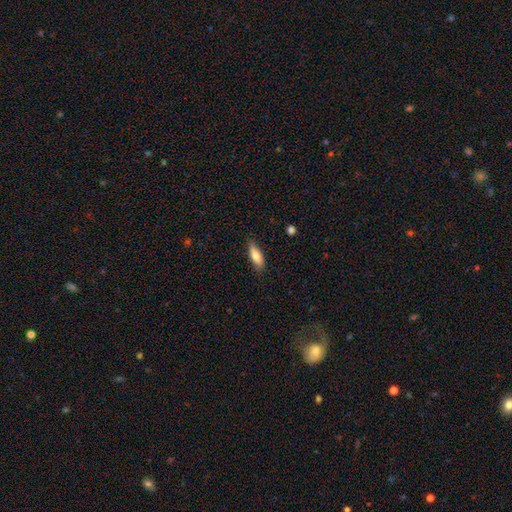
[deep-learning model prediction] Smooth or featured? Predicted: smooth (p=0.79). How rounded? Predicted: in between (p=0.65). Merging? Predicted: none (p=0.80).